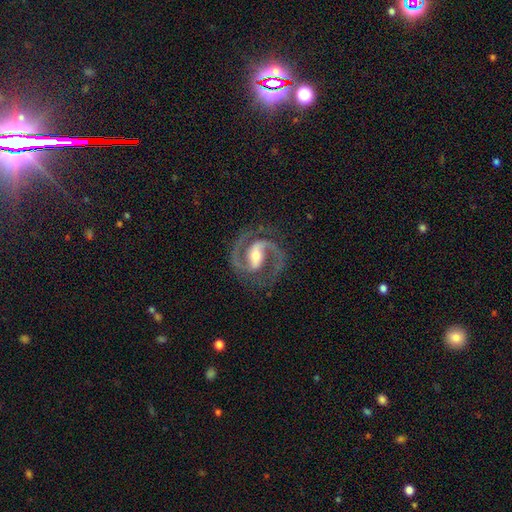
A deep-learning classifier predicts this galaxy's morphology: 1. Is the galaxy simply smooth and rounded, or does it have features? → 93% featured or disk, 4% star or artifact, 3% smooth.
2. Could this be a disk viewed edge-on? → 98% no, 2% yes.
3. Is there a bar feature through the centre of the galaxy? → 52% strong, 35% weak, 13% no.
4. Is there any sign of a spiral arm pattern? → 98% yes, 2% no.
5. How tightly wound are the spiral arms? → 67% medium, 24% tight, 9% loose.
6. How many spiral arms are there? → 94% 2, 1% 3, 1% can't tell, 1% 1, 1% 4, 1% more than 4.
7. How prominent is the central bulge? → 61% moderate, 31% small, 6% large, 1% none, 1% dominant.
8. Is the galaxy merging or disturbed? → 82% none, 12% minor disturbance, 5% major disturbance, 1% merger.